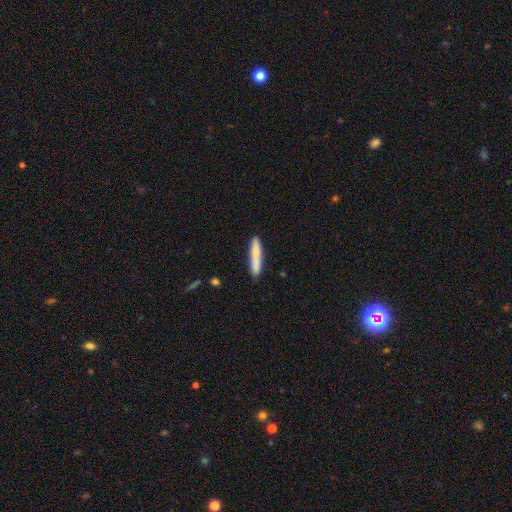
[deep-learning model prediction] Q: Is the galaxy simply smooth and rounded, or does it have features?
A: smooth — 77%.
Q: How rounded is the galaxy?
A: cigar-shaped — 92%.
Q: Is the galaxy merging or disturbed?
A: none — 85%.